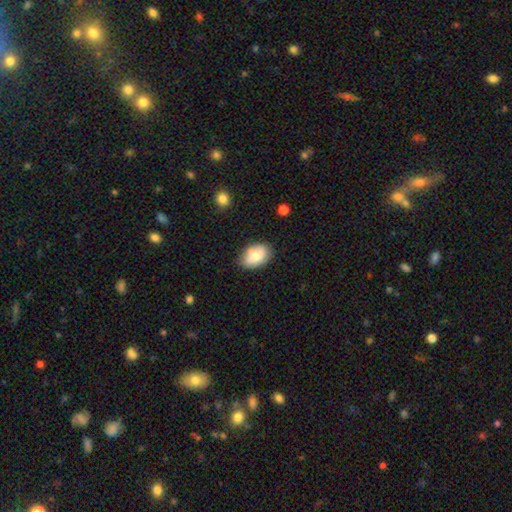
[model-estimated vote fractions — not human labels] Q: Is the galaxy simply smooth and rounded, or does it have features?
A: smooth — 77%.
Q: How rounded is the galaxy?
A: in between — 86%.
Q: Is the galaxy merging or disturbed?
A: none — 77%.